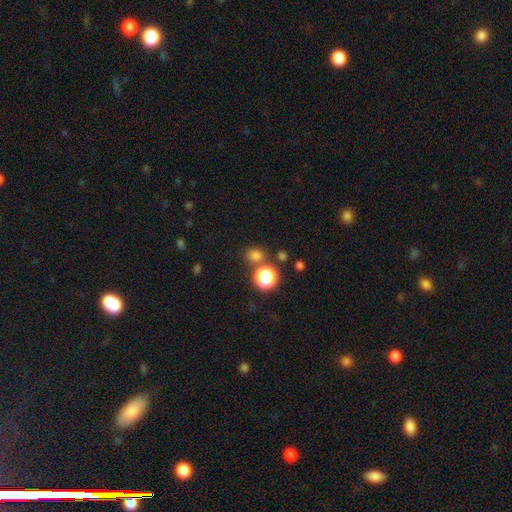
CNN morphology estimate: smooth-or-featured: smooth: 73% | star or artifact: 22% | featured or disk: 5%
  how-rounded: round: 67% | in between: 32% | cigar-shaped: 1%
  merging: none: 75% | merger: 11% | minor disturbance: 10% | major disturbance: 4%